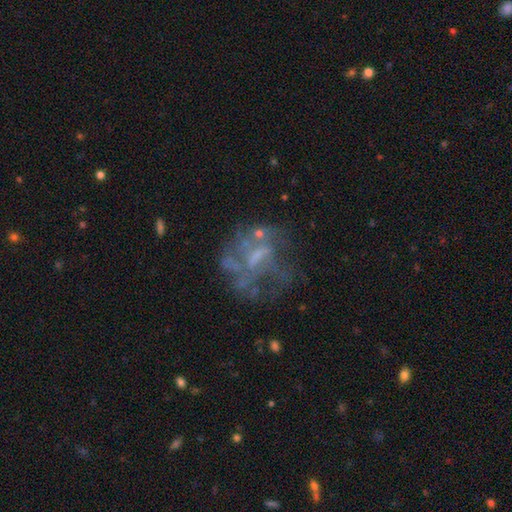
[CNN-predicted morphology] The model was most divided on "merging": none: 46%, major disturbance: 31%, minor disturbance: 16%, merger: 7%. Remaining: edge-on disk — no (97%); spiral arms — no (70%); smooth or featured — featured or disk (65%); bar — no (54%); bulge size — none (49%).